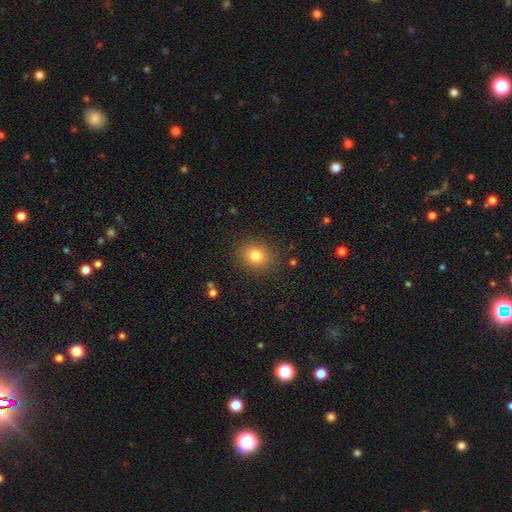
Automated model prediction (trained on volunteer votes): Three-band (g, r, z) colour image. It shows a smooth galaxy with no disk features (80%) that is round (66%). Merging: none (87%).